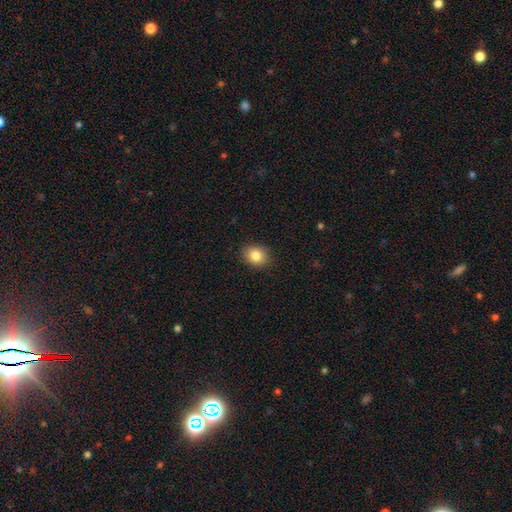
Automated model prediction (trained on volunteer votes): smooth 85%, star or artifact 9%, featured or disk 6%. Down the decision tree: how rounded — round (50%); merging — none (88%).